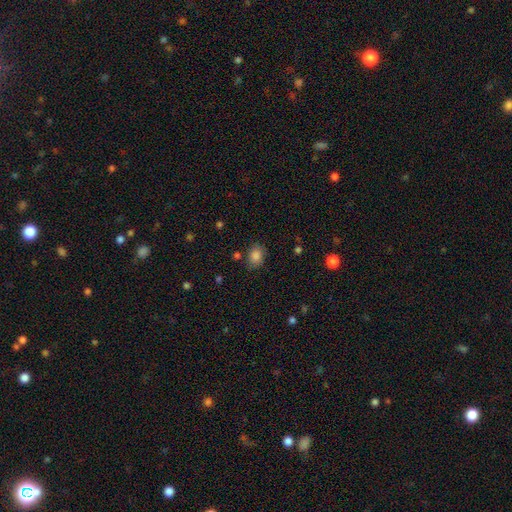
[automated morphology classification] type=smooth (84%); roundness=in between (58%); merging=none (77%).